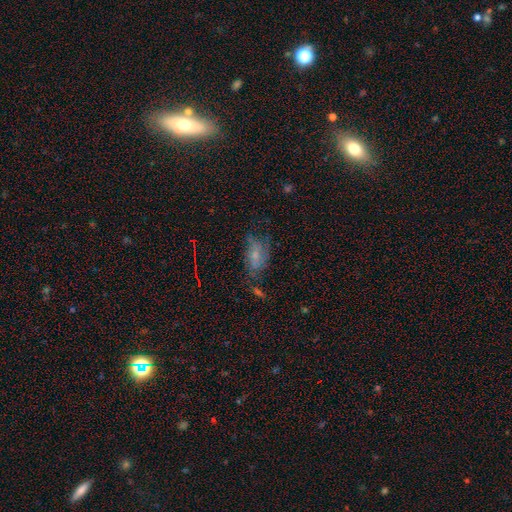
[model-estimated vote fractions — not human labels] smooth-or-featured: featured or disk: 43% | smooth: 40% | star or artifact: 17%
  merging: none: 47% | minor disturbance: 27% | major disturbance: 20% | merger: 6%